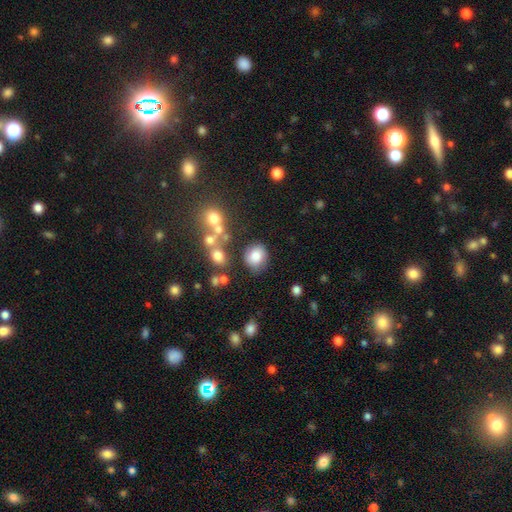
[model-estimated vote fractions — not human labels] Smooth or featured? smooth (74%)
How rounded? round (70%)
Merging? none (69%)